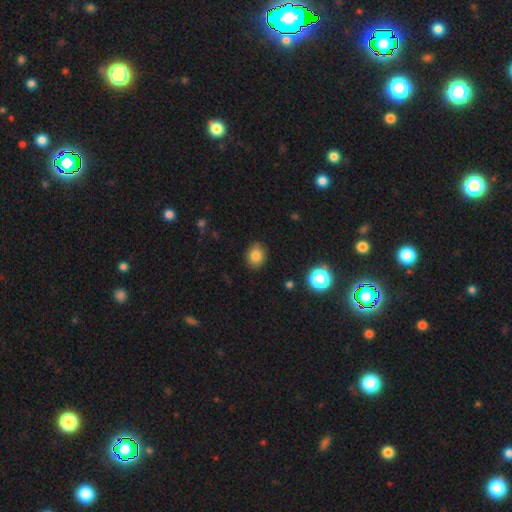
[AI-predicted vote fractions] smooth 82%, star or artifact 11%, featured or disk 7%. Down the decision tree: how rounded — round (59%); merging — none (89%).